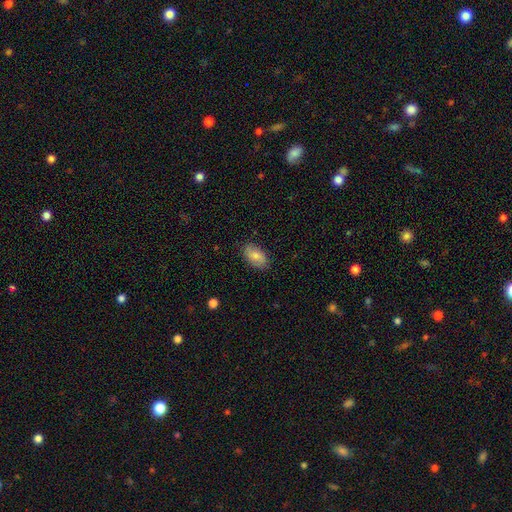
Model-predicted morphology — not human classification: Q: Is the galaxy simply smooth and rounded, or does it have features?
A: smooth — 79%.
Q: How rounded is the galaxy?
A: in between — 93%.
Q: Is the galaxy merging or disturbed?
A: none — 84%.